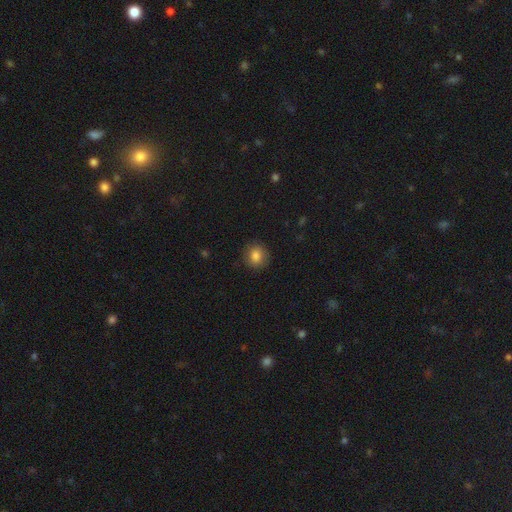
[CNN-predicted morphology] A smooth galaxy with no disk features (84%) that is round (77%). Merging: none (87%).